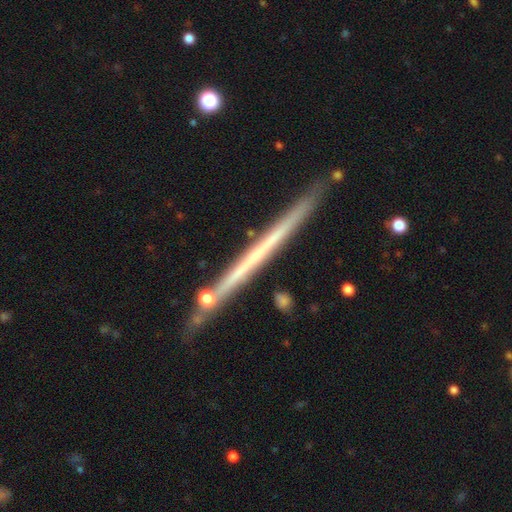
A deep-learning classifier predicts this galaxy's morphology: smooth_or_featured: featured or disk (p=0.63) [alt: smooth p=0.31]
disk_edge_on: yes (p=0.97) [alt: no p=0.03]
edge_on_bulge: none (p=0.92) [alt: rounded p=0.05]
merging: none (p=0.86) [alt: minor disturbance p=0.09]